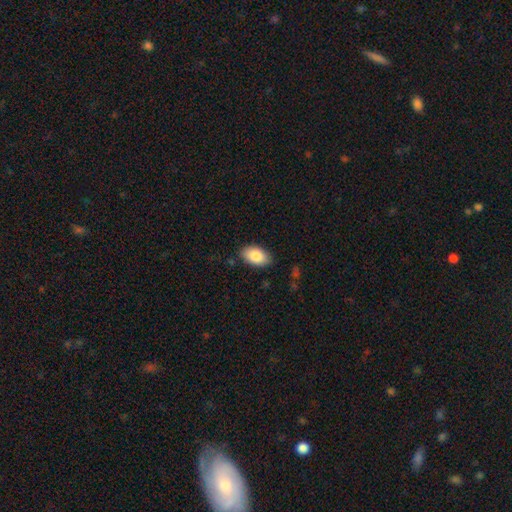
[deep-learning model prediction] The model was most divided on "merging": none: 86%, minor disturbance: 11%, major disturbance: 2%, merger: 1%. More confident: how rounded — in between (94%); smooth or featured — smooth (85%).